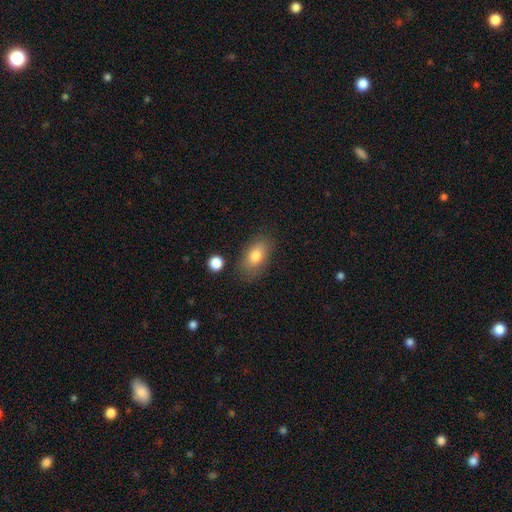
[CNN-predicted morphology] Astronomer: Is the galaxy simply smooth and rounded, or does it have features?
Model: smooth — 80%.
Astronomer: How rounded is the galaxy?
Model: in between — 89%.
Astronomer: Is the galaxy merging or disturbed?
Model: none — 78%.